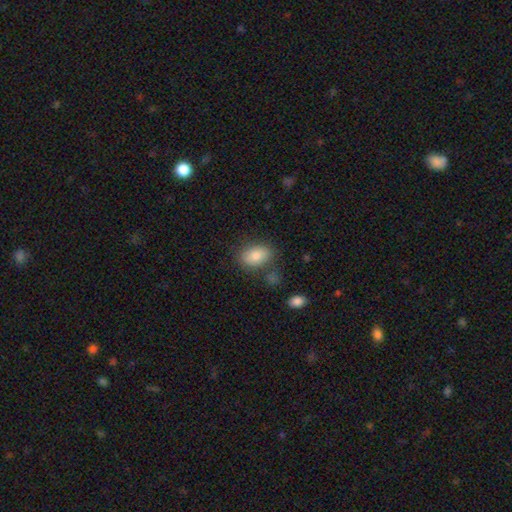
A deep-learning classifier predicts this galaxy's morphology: This is clearly a smooth galaxy (83%). How rounded: clearly in between (88%). Merging: likely none (77%).